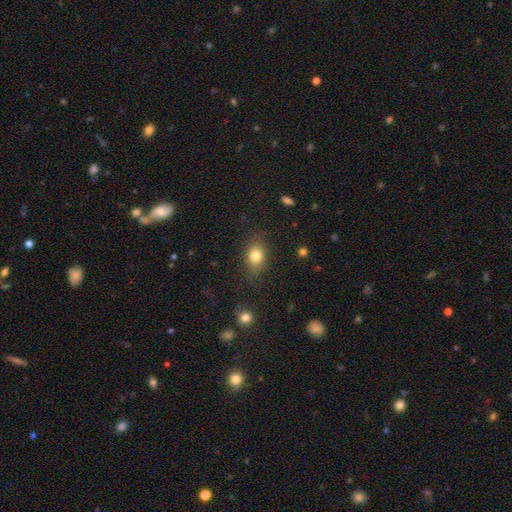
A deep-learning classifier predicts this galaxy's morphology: smooth_or_featured: smooth (p=0.80) [alt: star or artifact p=0.11]
how_rounded: in between (p=0.62) [alt: round p=0.36]
merging: none (p=0.77) [alt: minor disturbance p=0.16]